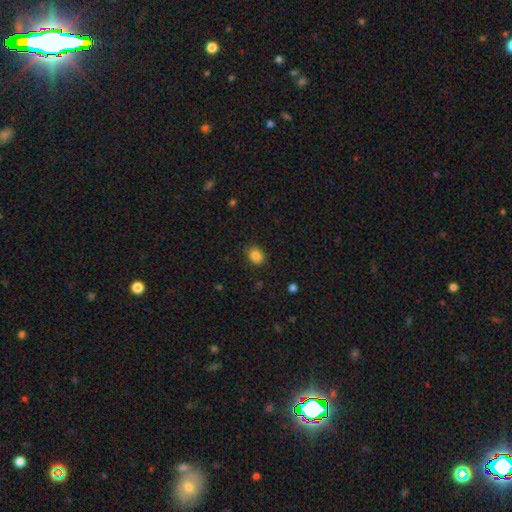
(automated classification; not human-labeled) Smooth or featured: smooth — 85% (star or artifact — 10%)
How rounded: round — 59% (in between — 40%)
Merging: none — 85% (minor disturbance — 11%)